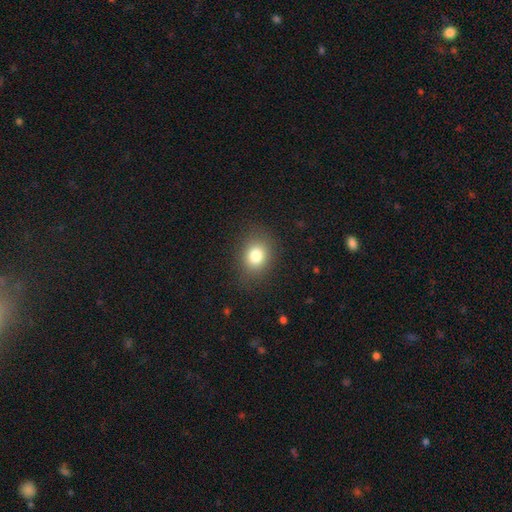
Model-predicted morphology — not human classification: The model was most divided on "how rounded": round: 53%, in between: 46%, cigar-shaped: 1%. More confident: merging — none (85%); smooth or featured — smooth (81%).